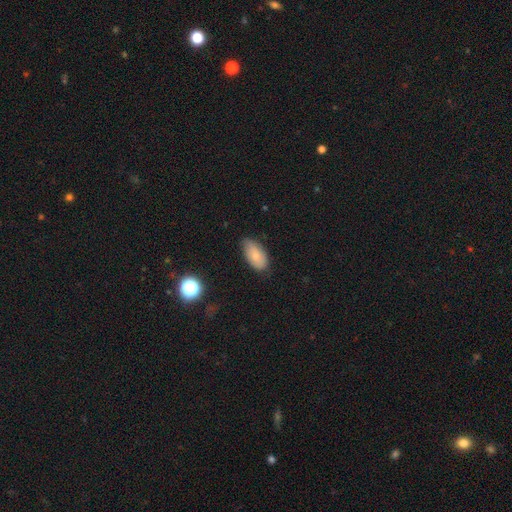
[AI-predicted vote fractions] Q: Smooth or featured?
A: smooth (76%); runner-up: featured or disk (15%)
Q: How rounded?
A: in between (93%); runner-up: round (4%)
Q: Merging?
A: none (68%); runner-up: minor disturbance (27%)